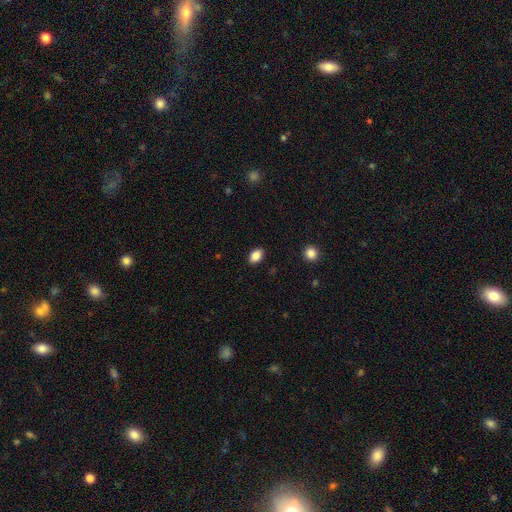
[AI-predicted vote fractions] smooth-or-featured: smooth: 86% | star or artifact: 9% | featured or disk: 5%
  how-rounded: in between: 82% | round: 16% | cigar-shaped: 1%
  merging: none: 88% | minor disturbance: 8% | major disturbance: 2% | merger: 1%